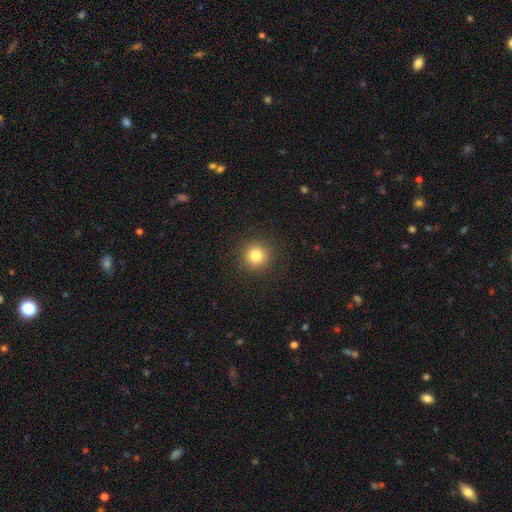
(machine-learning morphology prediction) This appears to be a smooth galaxy with no disk features (81%) that is round (95%). Merging: none (91%).